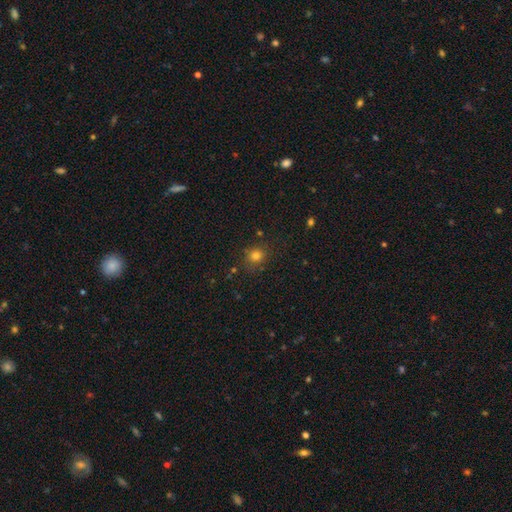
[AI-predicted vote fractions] Smooth or featured? smooth (76%)
How rounded? round (83%)
Merging? none (82%)